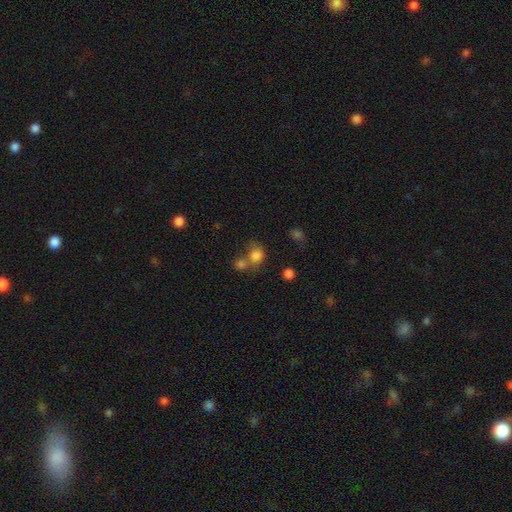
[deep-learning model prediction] Morphology: type=smooth (80%); roundness=round (75%); merging=merger (41%).